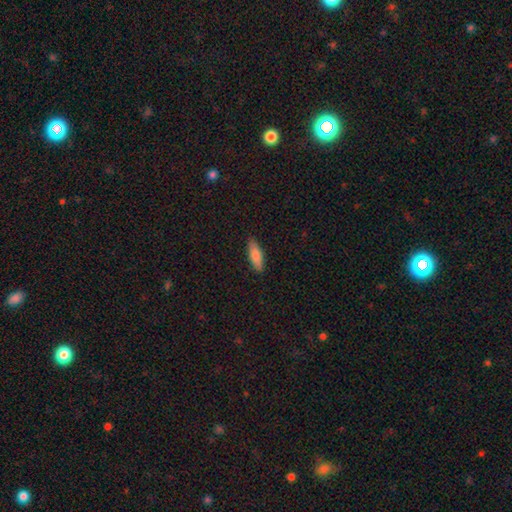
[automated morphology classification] Overall: smooth (83%). How rounded: in between (61%; cigar-shaped 37%). Merging: none (88%).